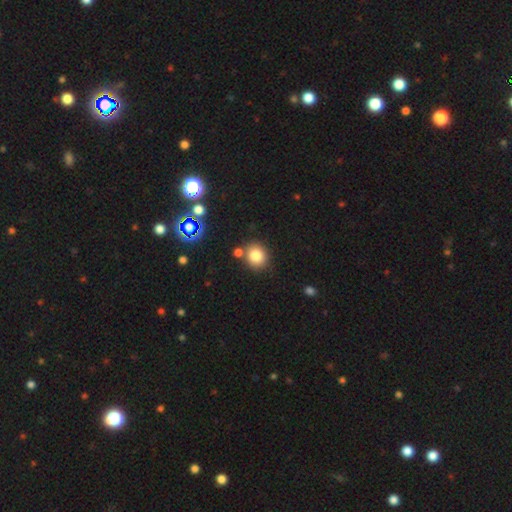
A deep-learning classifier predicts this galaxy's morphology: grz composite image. It shows a smooth galaxy with no disk features (81%) that is round (78%). Merging: none (75%).